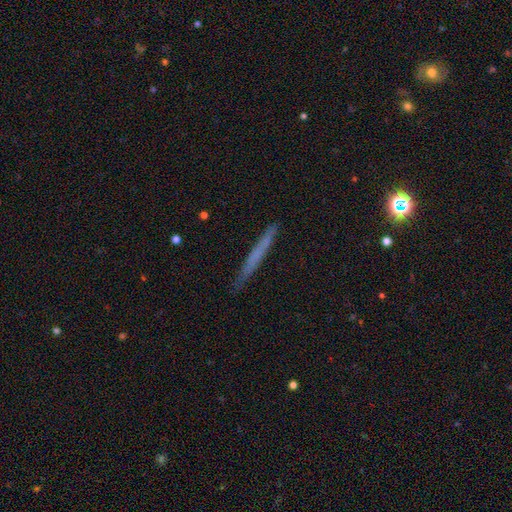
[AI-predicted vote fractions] This is possibly a smooth galaxy (53%). How rounded: clearly cigar-shaped (97%). Merging: clearly none (87%).